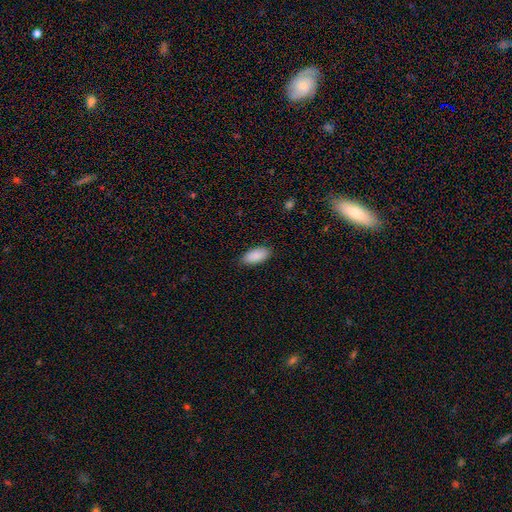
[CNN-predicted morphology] Smooth or featured: smooth — 90% (star or artifact — 6%)
How rounded: in between — 93% (cigar-shaped — 6%)
Merging: none — 87% (minor disturbance — 10%)